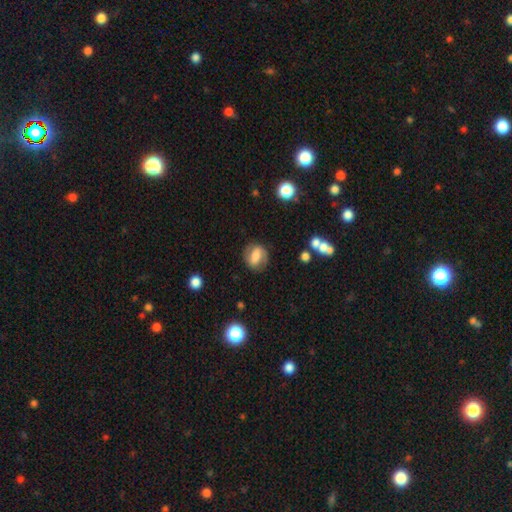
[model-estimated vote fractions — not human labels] smooth_or_featured: featured or disk (p=0.48) [alt: smooth p=0.44]
merging: none (p=0.78) [alt: minor disturbance p=0.14]